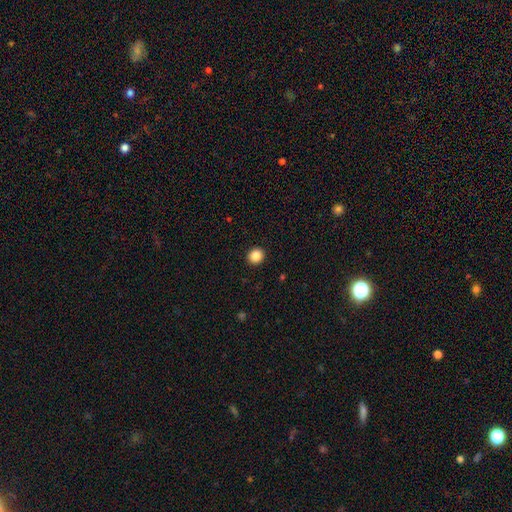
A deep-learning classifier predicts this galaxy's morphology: Smooth or featured? smooth (86%)
How rounded? round (84%)
Merging? none (93%)